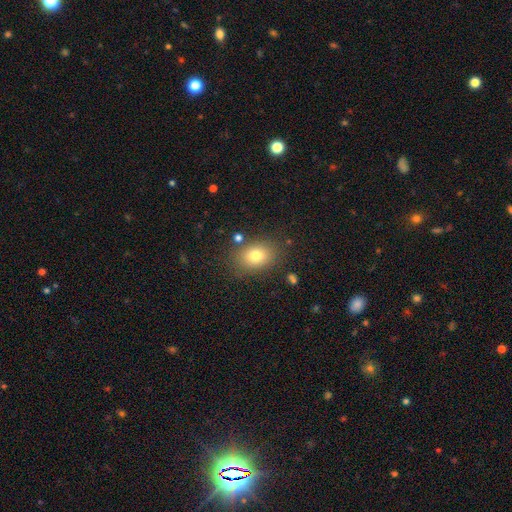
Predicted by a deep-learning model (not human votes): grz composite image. It shows a smooth galaxy with no disk features (77%) that is in between round and cigar-shaped (66%). Merging: none (81%).